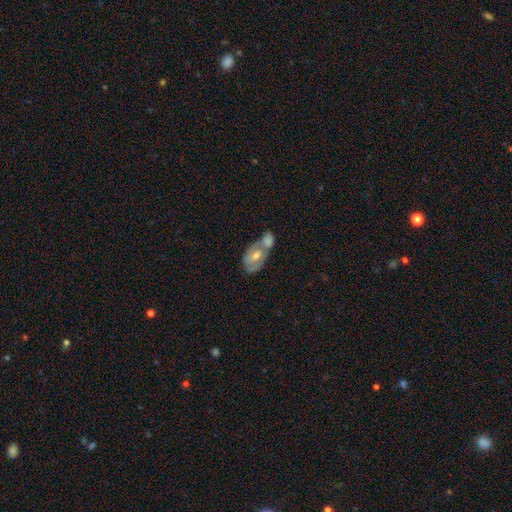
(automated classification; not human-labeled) Q: Smooth or featured?
A: featured or disk (58%); runner-up: smooth (35%)
Q: Edge-on disk?
A: no (93%); runner-up: yes (7%)
Q: Bar?
A: no (53%); runner-up: weak (34%)
Q: Spiral arms?
A: yes (53%); runner-up: no (47%)
Q: Bulge size?
A: moderate (65%); runner-up: small (26%)
Q: Merging?
A: merger (59%); runner-up: none (24%)